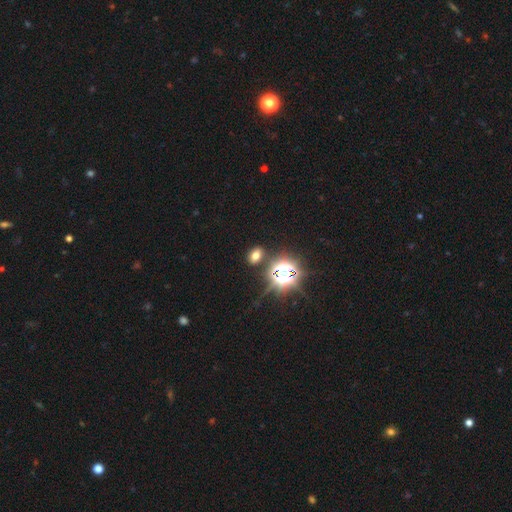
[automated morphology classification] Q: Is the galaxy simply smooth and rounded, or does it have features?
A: smooth — 56%.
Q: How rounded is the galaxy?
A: in between — 77%.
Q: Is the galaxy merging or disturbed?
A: none — 84%.